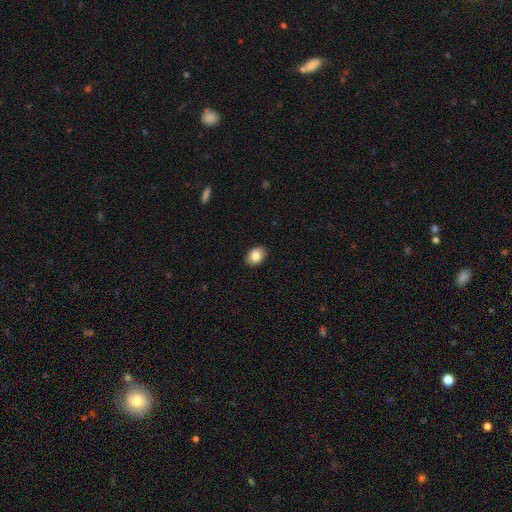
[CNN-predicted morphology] This appears to be a smooth galaxy with no disk features (85%) that is in between round and cigar-shaped (78%). Merging: none (90%).